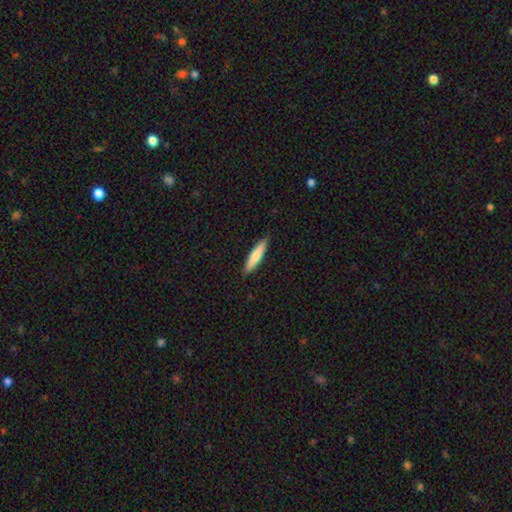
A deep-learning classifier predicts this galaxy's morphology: Overall: smooth (73%). How rounded: cigar-shaped (85%). Merging: none (90%).